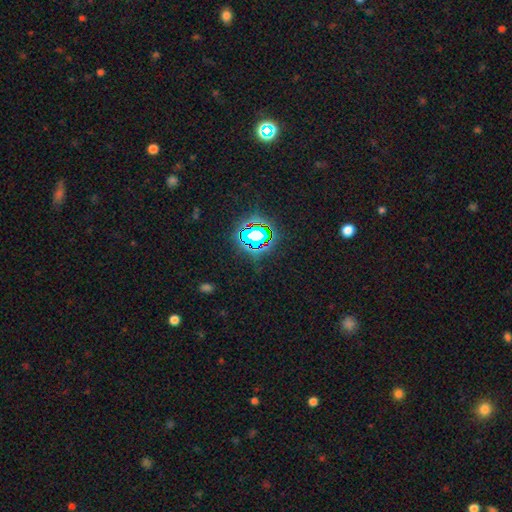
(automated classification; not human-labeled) This appears to be a star or artifact, not a galaxy (79%).